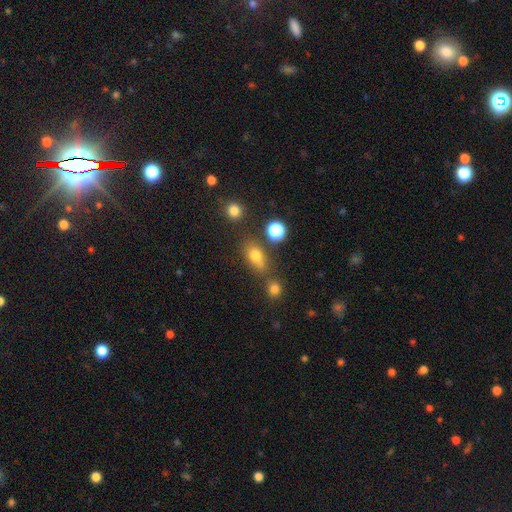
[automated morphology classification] Smooth or featured? smooth (72%)
How rounded? in between (68%)
Merging? none (59%)